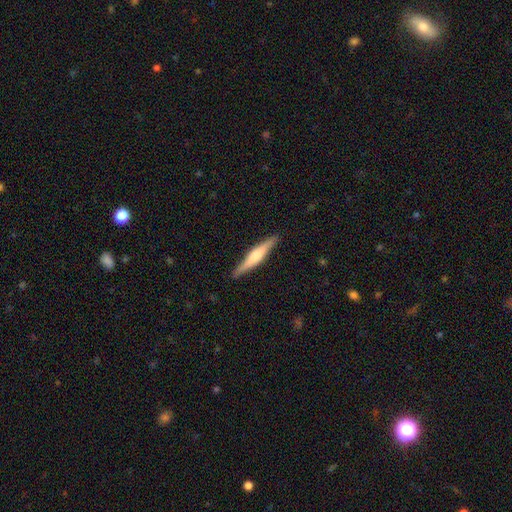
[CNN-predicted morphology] Smooth or featured? Predicted: featured or disk (p=0.55). Edge-on disk? Predicted: yes (p=0.97). Edge-on bulge? Predicted: rounded (p=0.63). Merging? Predicted: none (p=0.89).